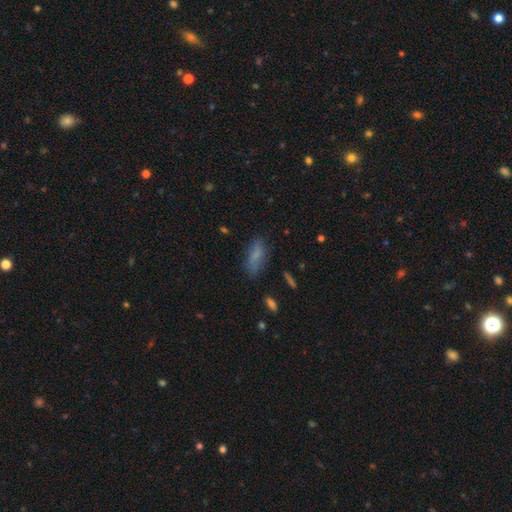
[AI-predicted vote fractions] The model was most divided on "merging": none: 68%, minor disturbance: 21%, major disturbance: 8%, merger: 3%. More confident: how rounded — in between (76%); smooth or featured — smooth (73%).